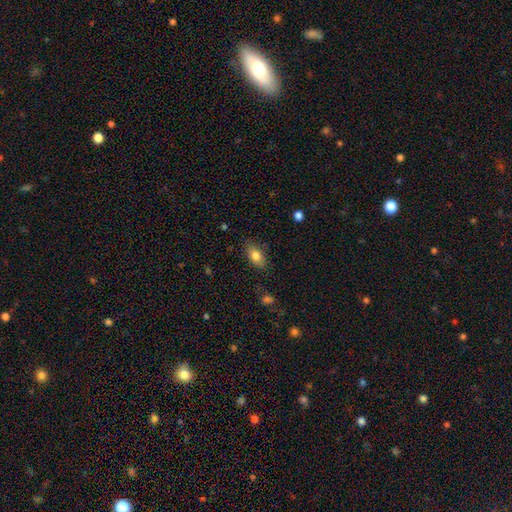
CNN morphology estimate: smooth-or-featured: smooth: 80% | featured or disk: 12% | star or artifact: 8%
  how-rounded: in between: 88% | round: 8% | cigar-shaped: 5%
  merging: none: 82% | minor disturbance: 14% | major disturbance: 3% | merger: 1%